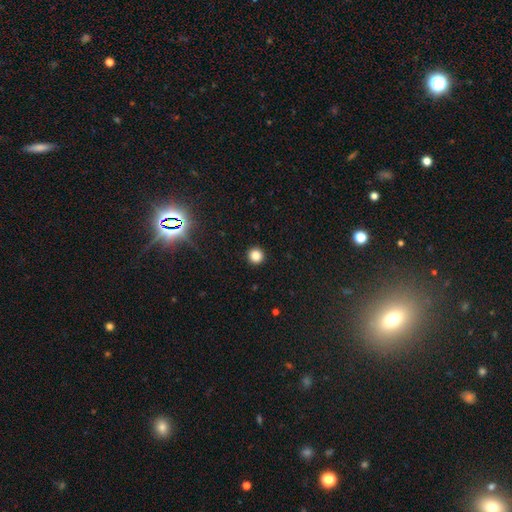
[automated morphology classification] Smooth or featured? smooth (85%)
How rounded? round (95%)
Merging? none (93%)